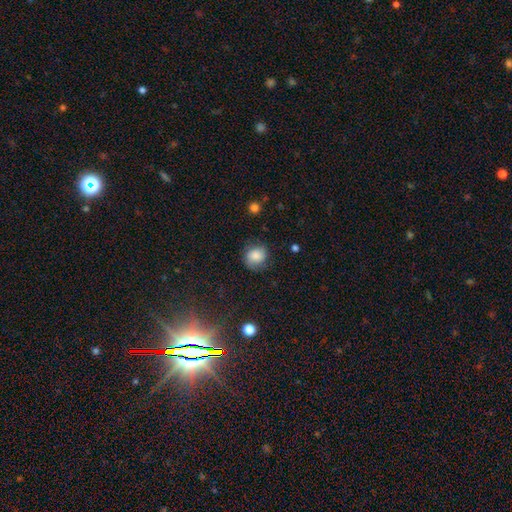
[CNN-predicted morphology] A smooth galaxy with no disk features (76%) that is round (76%). Merging: none (71%).